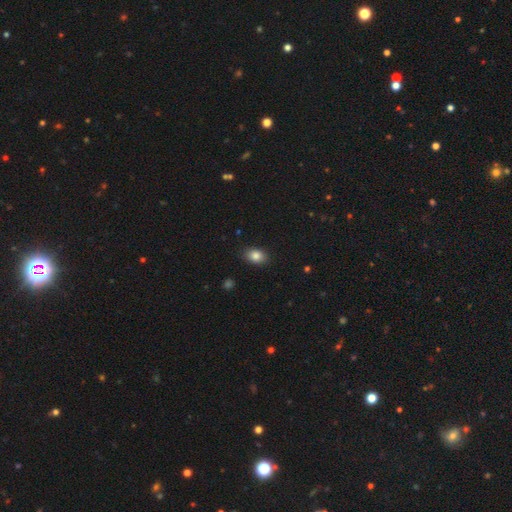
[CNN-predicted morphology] Smooth or featured? Predicted: smooth (p=0.85). How rounded? Predicted: in between (p=0.78). Merging? Predicted: none (p=0.87).